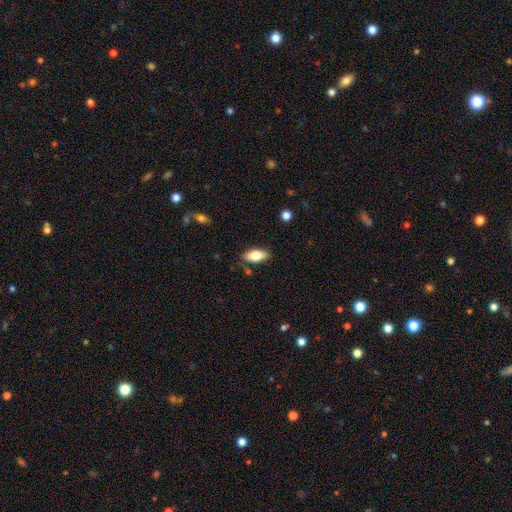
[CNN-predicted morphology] Q: Smooth or featured?
A: smooth (78%); runner-up: featured or disk (15%)
Q: How rounded?
A: in between (88%); runner-up: cigar-shaped (9%)
Q: Merging?
A: none (81%); runner-up: minor disturbance (13%)